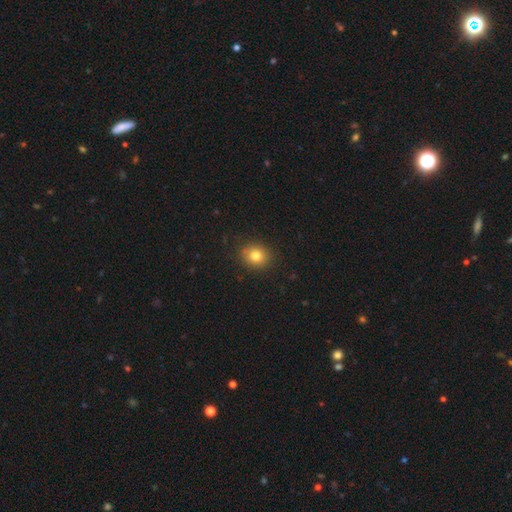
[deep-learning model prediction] A smooth galaxy with no disk features (80%) that is round (70%). Merging: none (88%).